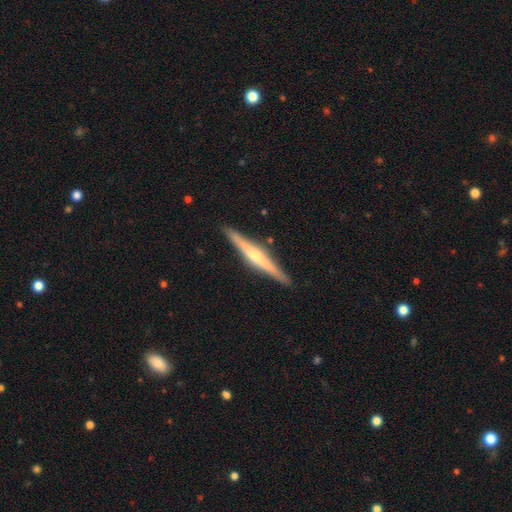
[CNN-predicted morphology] featured or disk 69%, smooth 25%, star or artifact 5%. Down the decision tree: edge-on disk — yes (98%); edge-on bulge — rounded (74%); merging — none (91%).